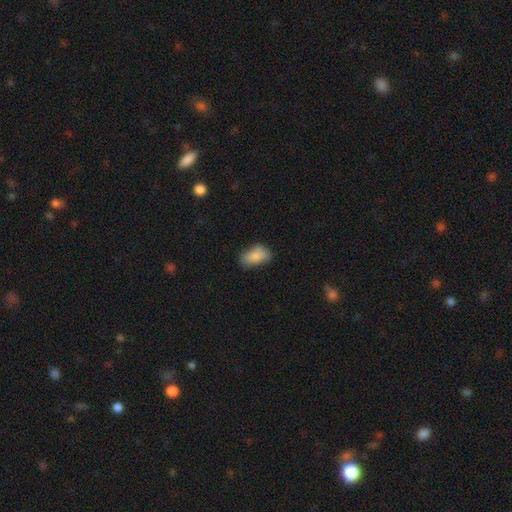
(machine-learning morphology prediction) smooth-or-featured: smooth: 83% | featured or disk: 9% | star or artifact: 8%
  how-rounded: in between: 90% | round: 7% | cigar-shaped: 2%
  merging: none: 62% | minor disturbance: 28% | major disturbance: 7% | merger: 3%